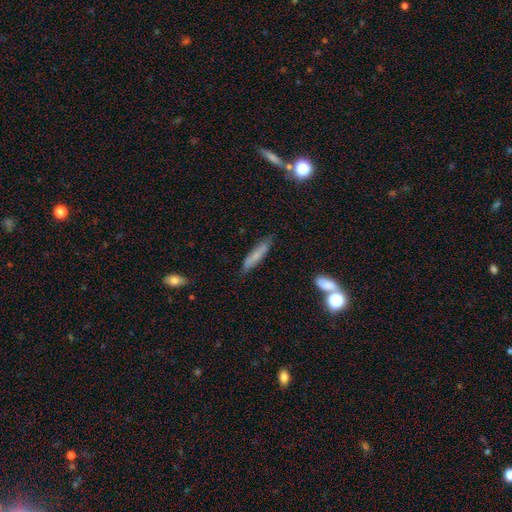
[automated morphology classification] Smooth or featured?
  - smooth: 68% *
  - featured or disk: 24%
  - star or artifact: 8%
How rounded?
  - cigar-shaped: 86% *
  - in between: 12%
  - round: 2%
Merging?
  - none: 80% *
  - minor disturbance: 15%
  - major disturbance: 3%
  - merger: 2%